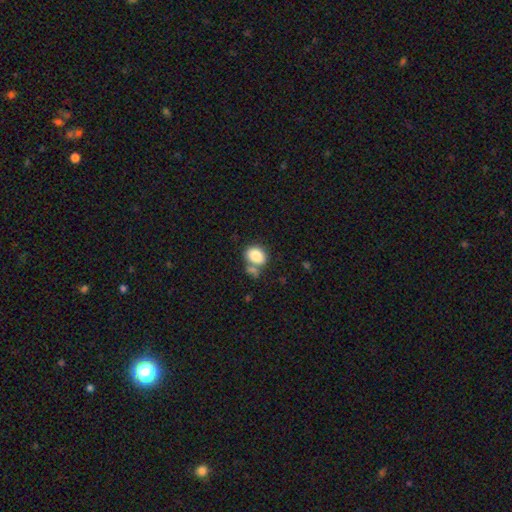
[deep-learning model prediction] A smooth galaxy with no disk features (85%) that is in between round and cigar-shaped (57%). Merging: none (52%).